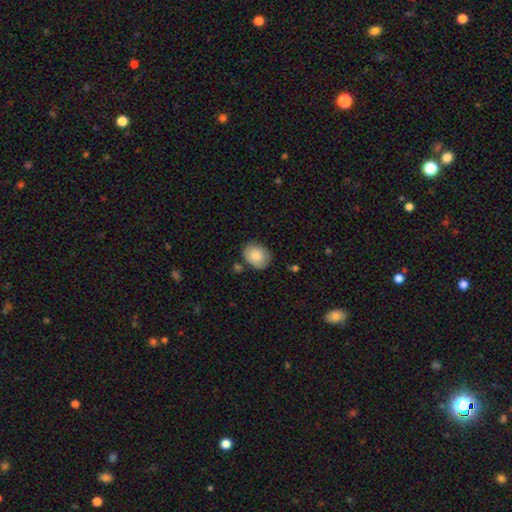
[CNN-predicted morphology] Smooth or featured? Predicted: smooth (p=0.81). How rounded? Predicted: in between (p=0.53). Merging? Predicted: none (p=0.74).